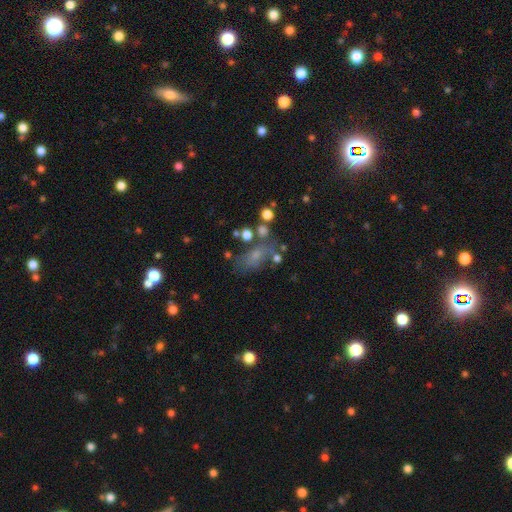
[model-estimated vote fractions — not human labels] Smooth or featured? smooth (50%)
How rounded? in between (75%)
Merging? none (46%)